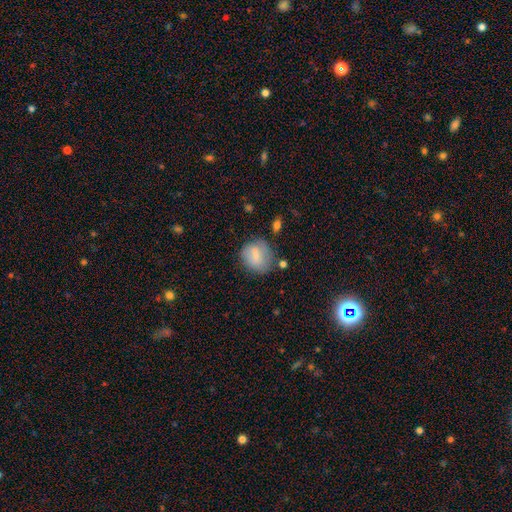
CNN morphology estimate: This is likely a smooth galaxy (73%). How rounded: likely round (77%). Merging: possibly none (59%).